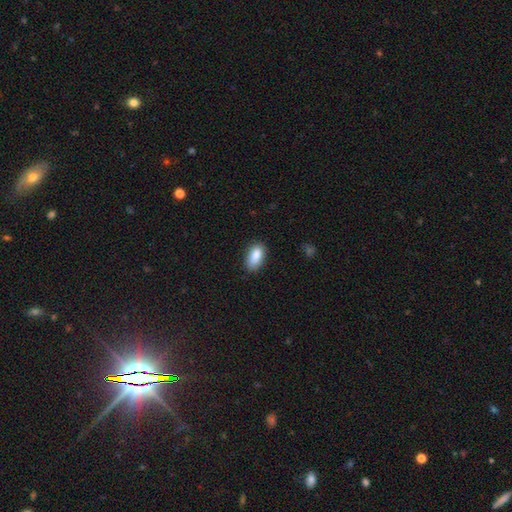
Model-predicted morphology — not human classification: Smooth or featured: smooth — 88% (star or artifact — 7%)
How rounded: in between — 91% (cigar-shaped — 5%)
Merging: none — 84% (minor disturbance — 13%)